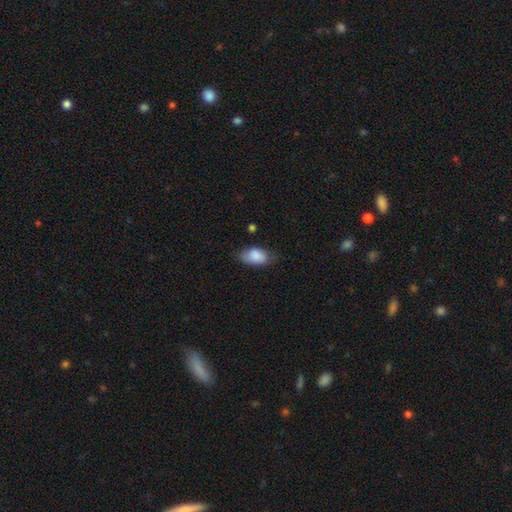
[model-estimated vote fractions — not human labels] This is clearly a smooth galaxy (86%). How rounded: clearly in between (91%). Merging: likely none (63%).